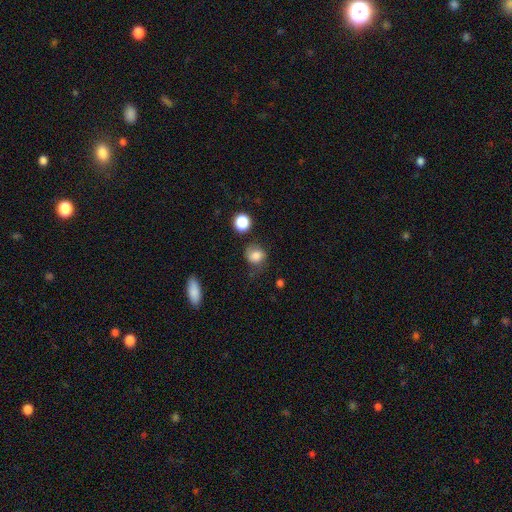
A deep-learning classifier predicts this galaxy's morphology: Smooth or featured? smooth (78%)
How rounded? round (68%)
Merging? none (57%)